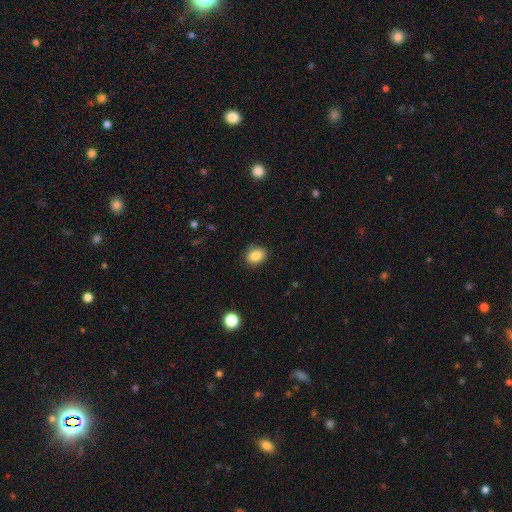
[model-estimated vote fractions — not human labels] Morphology: type=smooth (87%); roundness=in between (63%); merging=none (84%).